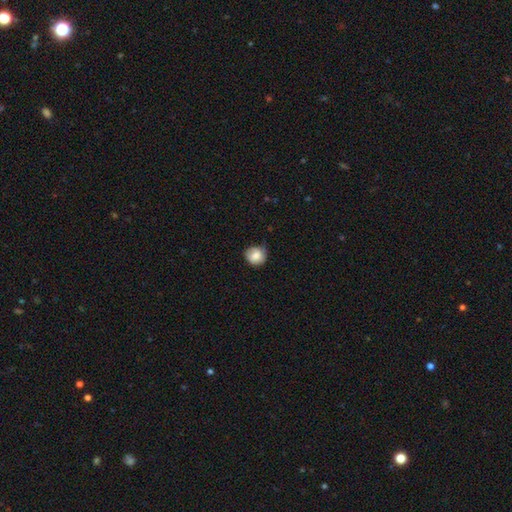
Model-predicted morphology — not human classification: Overall: smooth (77%). How rounded: round (85%). Merging: none (63%; minor disturbance 29%).